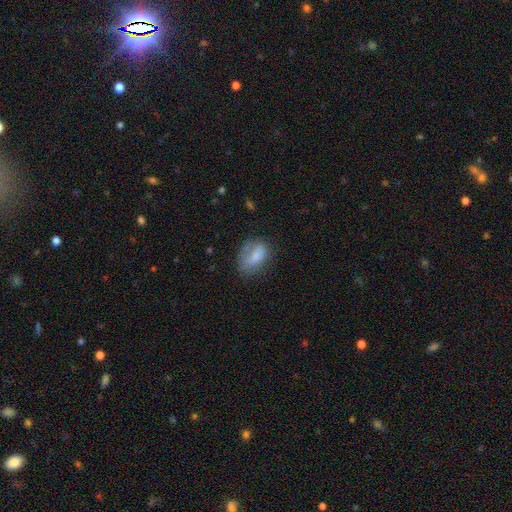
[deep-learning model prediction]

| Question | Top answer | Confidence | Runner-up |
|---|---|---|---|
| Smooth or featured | smooth | 75% | featured or disk (17%) |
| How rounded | in between | 85% | round (13%) |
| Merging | none | 47% | minor disturbance (31%) |